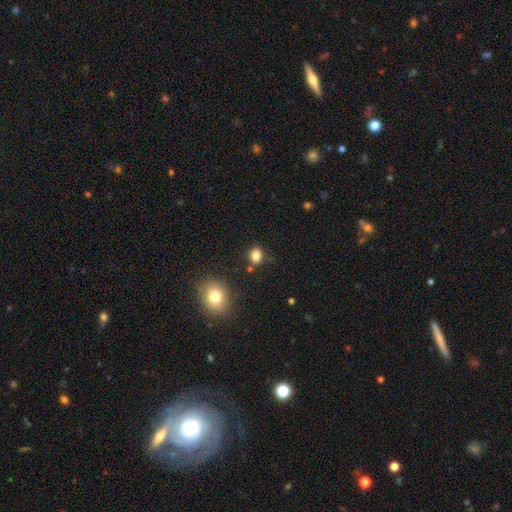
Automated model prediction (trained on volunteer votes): The model was most divided on "how rounded": round: 52%, in between: 47%, cigar-shaped: 1%. More confident: smooth or featured — smooth (82%); merging — none (80%).